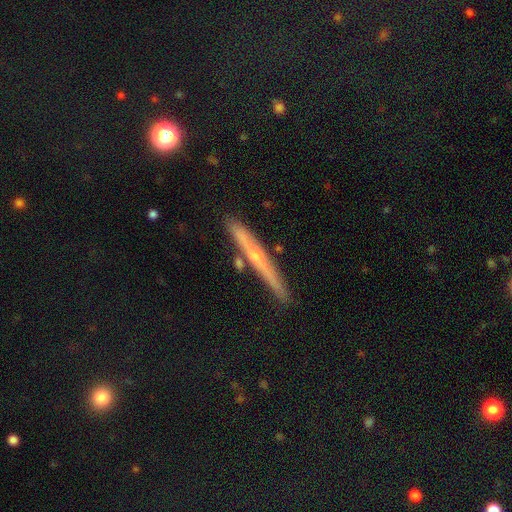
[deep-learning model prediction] Smooth or featured?
  - featured or disk: 64% *
  - smooth: 29%
  - star or artifact: 6%
Edge-on disk?
  - yes: 96% *
  - no: 4%
Edge-on bulge?
  - rounded: 65% *
  - none: 32%
  - boxy: 3%
Merging?
  - none: 81% *
  - minor disturbance: 12%
  - merger: 5%
  - major disturbance: 2%